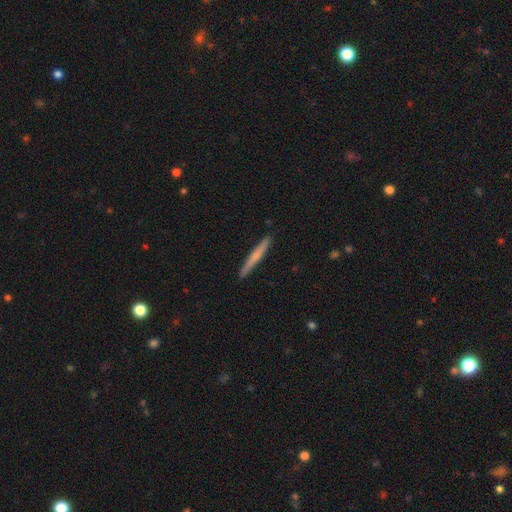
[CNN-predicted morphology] A smooth galaxy with no disk features (55%) that is cigar-shaped (97%). Merging: none (91%).